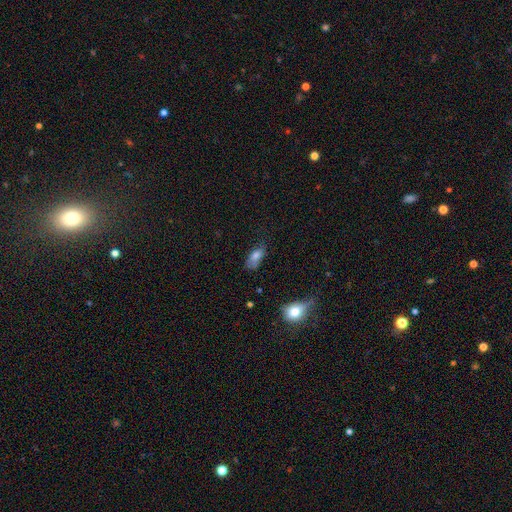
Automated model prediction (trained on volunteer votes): A smooth galaxy with no disk features (77%) that is in between round and cigar-shaped (86%). Merging: none (48%).